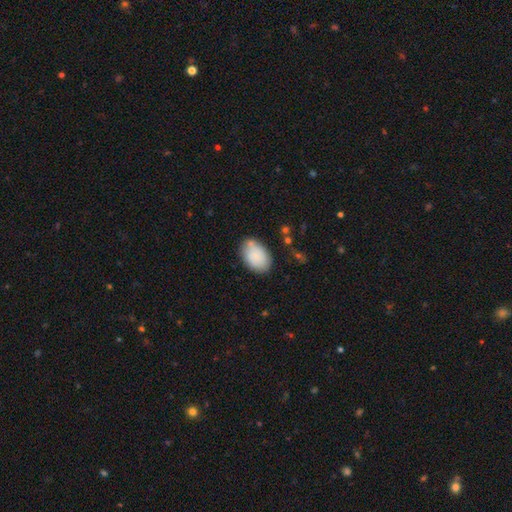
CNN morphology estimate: This is clearly a smooth galaxy (82%). How rounded: clearly in between (88%). Merging: likely none (71%).